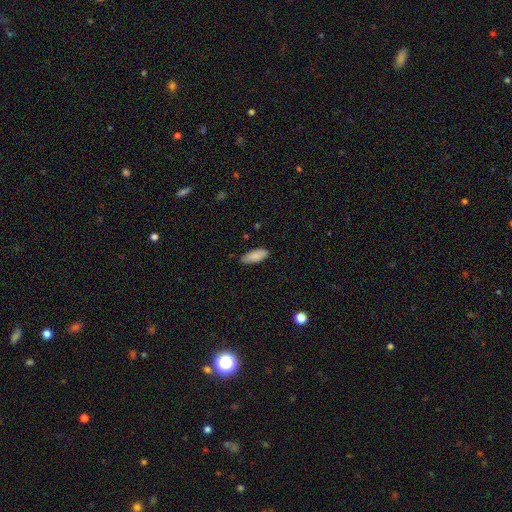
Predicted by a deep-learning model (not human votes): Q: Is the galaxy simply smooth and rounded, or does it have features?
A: smooth — 88%.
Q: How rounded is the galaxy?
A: in between — 78%.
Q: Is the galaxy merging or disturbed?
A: none — 82%.